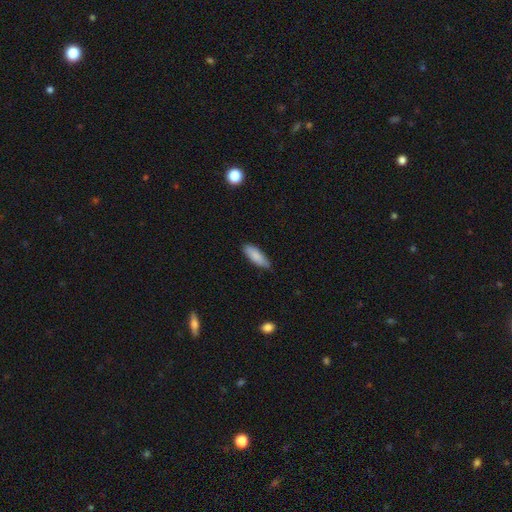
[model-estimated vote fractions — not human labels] A smooth galaxy with no disk features (86%) that is in between round and cigar-shaped (61%).

Vote fractions:
- Smooth or featured? smooth: 86% / featured or disk: 8% / star or artifact: 6%
- How rounded? in between: 61% / cigar-shaped: 37% / round: 2%
- Merging? none: 78% / minor disturbance: 18% / major disturbance: 2% / merger: 1%